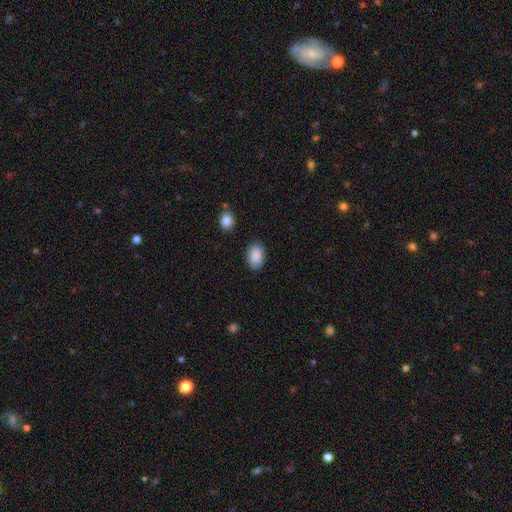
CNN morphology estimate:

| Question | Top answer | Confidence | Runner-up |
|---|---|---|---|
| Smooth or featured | smooth | 90% | star or artifact (7%) |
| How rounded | in between | 88% | round (10%) |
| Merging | none | 85% | minor disturbance (10%) |